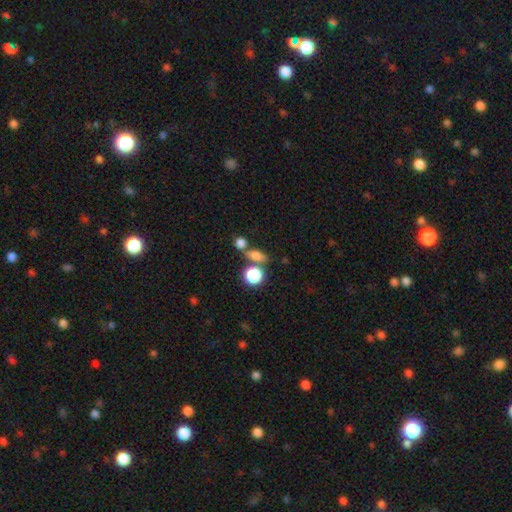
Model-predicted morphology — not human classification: smooth 74%, star or artifact 14%, featured or disk 11%. Down the decision tree: how rounded — in between (49%); merging — none (59%).